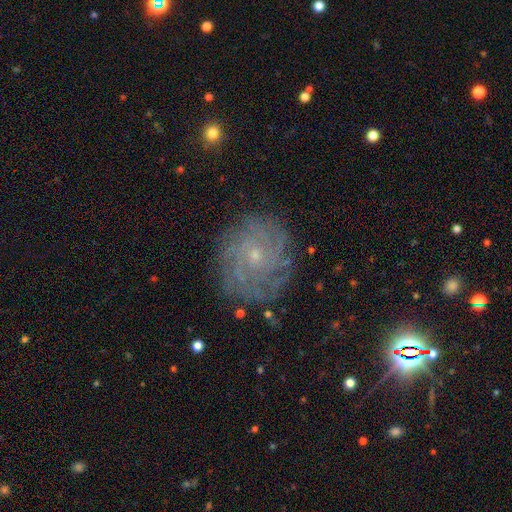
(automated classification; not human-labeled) A featured or disk galaxy (78%) with no bar (76%), tight (73%) spiral arms (95%) and a small central bulge (77%). Merging: none (82%).